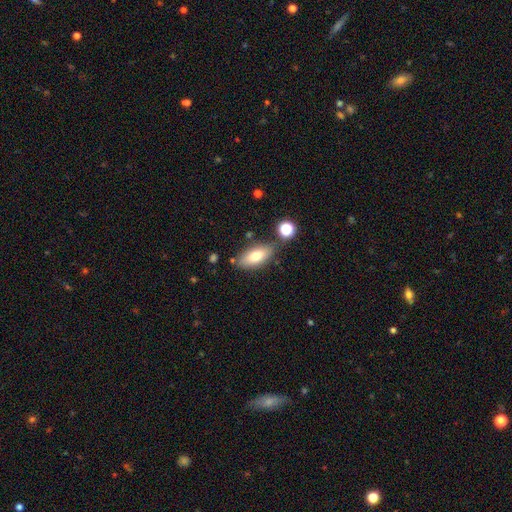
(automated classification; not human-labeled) Smooth or featured? smooth (75%)
How rounded? in between (83%)
Merging? none (74%)